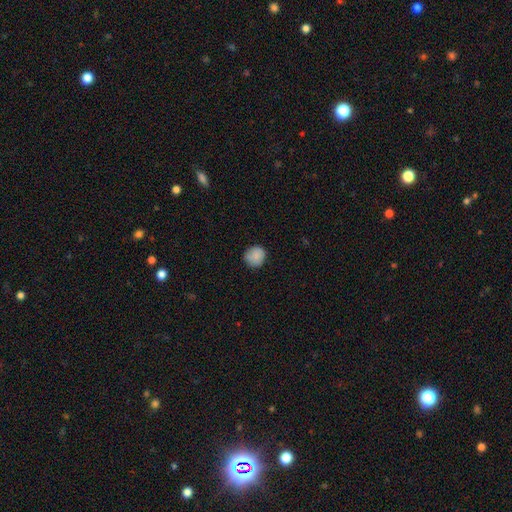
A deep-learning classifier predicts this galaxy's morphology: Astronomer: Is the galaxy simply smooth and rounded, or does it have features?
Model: smooth — 87%.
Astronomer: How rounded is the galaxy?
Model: round — 89%.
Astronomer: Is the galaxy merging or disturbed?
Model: none — 85%.